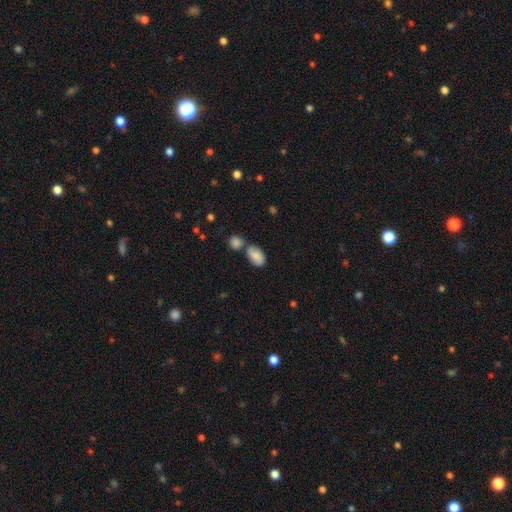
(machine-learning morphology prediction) smooth_or_featured: smooth (p=0.79) [alt: featured or disk p=0.13]
how_rounded: in between (p=0.90) [alt: round p=0.08]
merging: none (p=0.48) [alt: merger p=0.34]